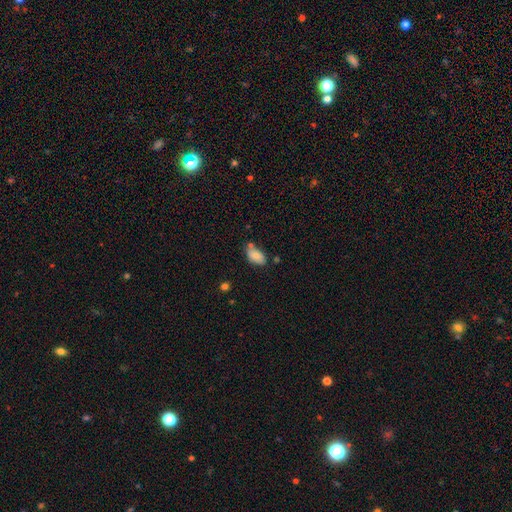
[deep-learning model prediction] A smooth galaxy with no disk features (80%) that is in between round and cigar-shaped (93%). Merging: none (61%).